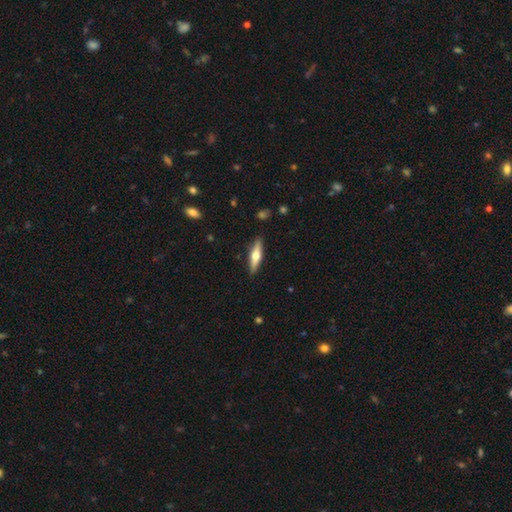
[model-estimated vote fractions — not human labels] featured or disk 52%, smooth 43%, star or artifact 5%. Down the decision tree: edge-on disk — yes (94%); merging — none (90%).